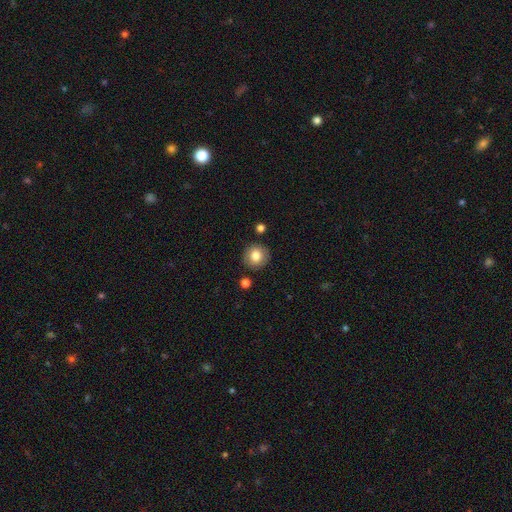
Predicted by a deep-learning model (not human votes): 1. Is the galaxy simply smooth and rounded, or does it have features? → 81% smooth, 10% featured or disk, 9% star or artifact.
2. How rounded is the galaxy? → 92% round, 7% in between, 1% cigar-shaped.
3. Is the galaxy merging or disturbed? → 87% none, 8% minor disturbance, 3% merger, 2% major disturbance.